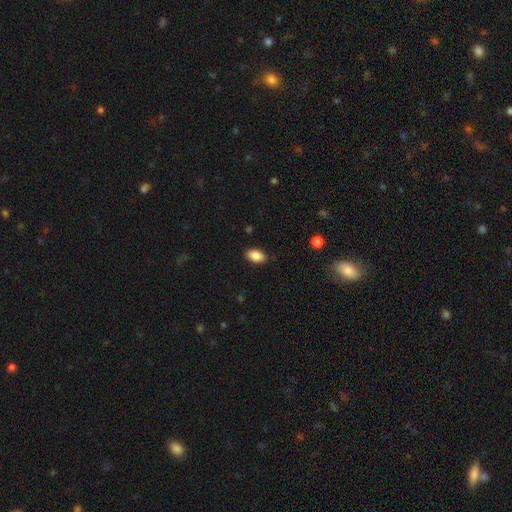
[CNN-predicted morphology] Q: Smooth or featured?
A: smooth (87%); runner-up: star or artifact (8%)
Q: How rounded?
A: in between (92%); runner-up: round (6%)
Q: Merging?
A: none (86%); runner-up: minor disturbance (10%)